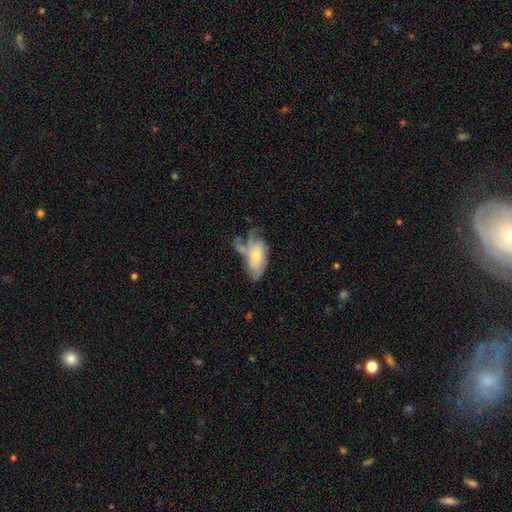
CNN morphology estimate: featured or disk 47%, smooth 46%, star or artifact 7%. Down the decision tree: merging — none (28%, tied with major disturbance).